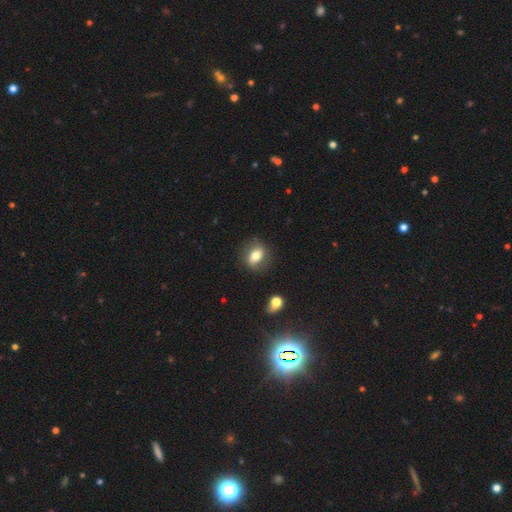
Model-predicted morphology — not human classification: The model was most divided on "how rounded": in between: 64%, round: 33%, cigar-shaped: 3%. More confident: merging — none (79%); smooth or featured — smooth (67%).